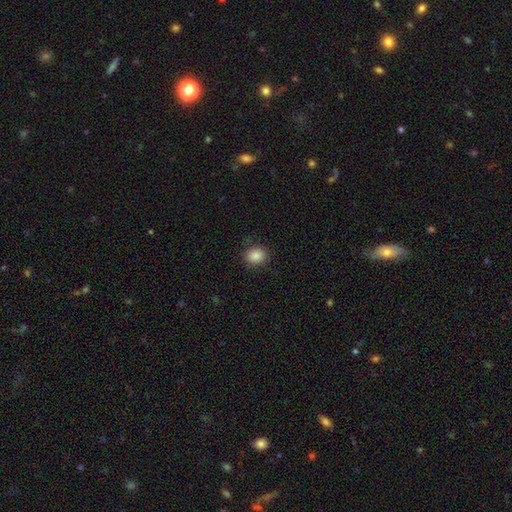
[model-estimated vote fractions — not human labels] This appears to be a smooth galaxy with no disk features (87%) that is round (65%). Merging: none (87%).